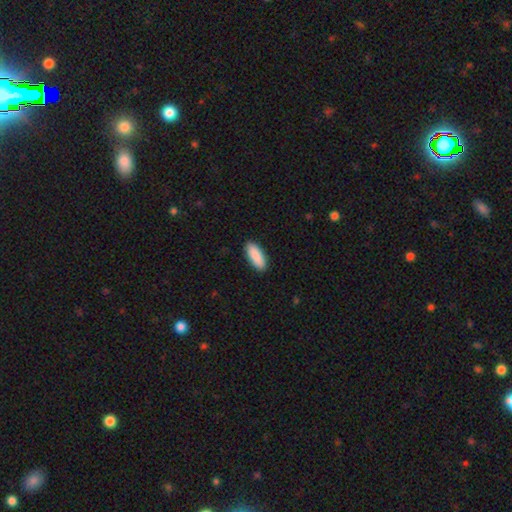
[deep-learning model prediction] A smooth galaxy with no disk features (91%) that is in between round and cigar-shaped (72%). Merging: none (90%).